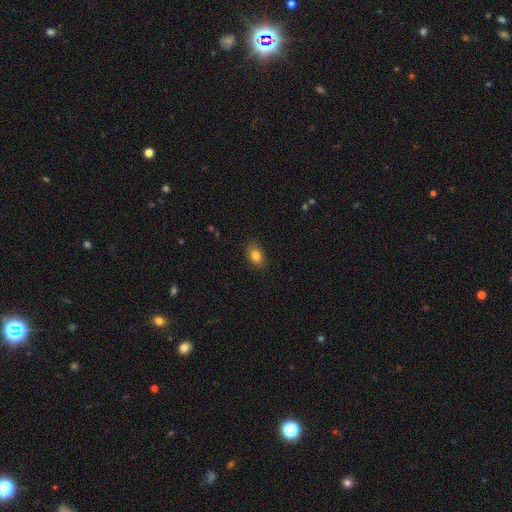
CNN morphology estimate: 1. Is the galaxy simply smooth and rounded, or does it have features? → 83% smooth, 9% star or artifact, 8% featured or disk.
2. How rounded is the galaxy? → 81% in between, 17% round, 2% cigar-shaped.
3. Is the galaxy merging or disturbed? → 84% none, 12% minor disturbance, 3% major disturbance, 1% merger.